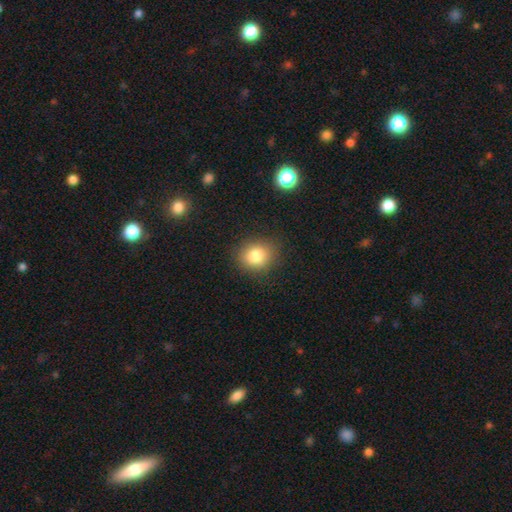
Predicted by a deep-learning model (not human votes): smooth 82%, star or artifact 11%, featured or disk 7%. Down the decision tree: how rounded — round (68%); merging — none (85%).